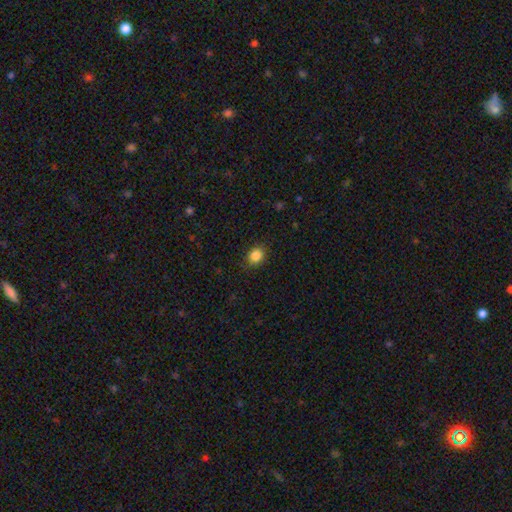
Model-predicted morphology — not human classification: Q: Smooth or featured?
A: smooth (86%); runner-up: star or artifact (11%)
Q: How rounded?
A: round (67%); runner-up: in between (32%)
Q: Merging?
A: none (86%); runner-up: minor disturbance (11%)